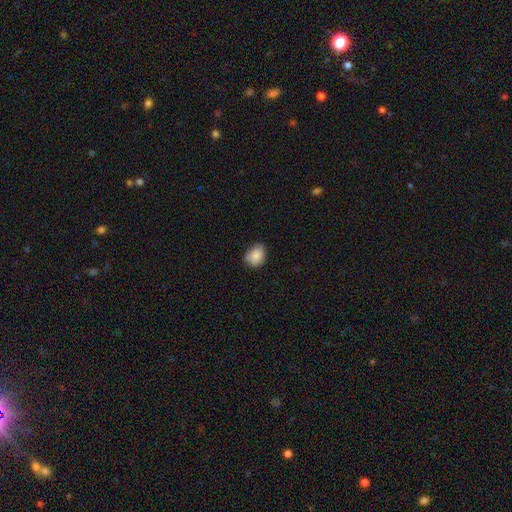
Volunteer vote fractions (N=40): Q: Smooth or featured?
A: smooth (78%); runner-up: featured or disk (18%)
Q: How rounded?
A: in between (58%); runner-up: round (42%)
Q: Merging?
A: none (63%); runner-up: minor disturbance (32%)